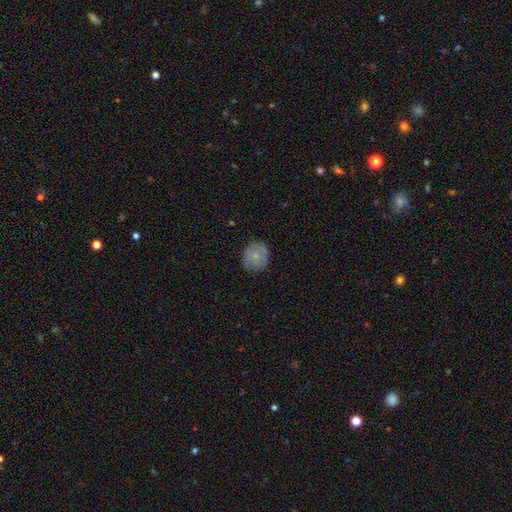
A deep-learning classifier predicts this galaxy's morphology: type=smooth (72%); roundness=round (81%); merging=none (78%).